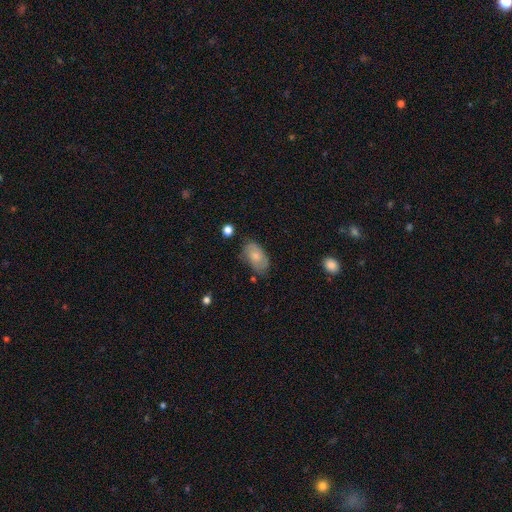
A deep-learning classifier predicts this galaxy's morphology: This is possibly a smooth galaxy (59%). How rounded: clearly in between (91%). Merging: likely none (67%).